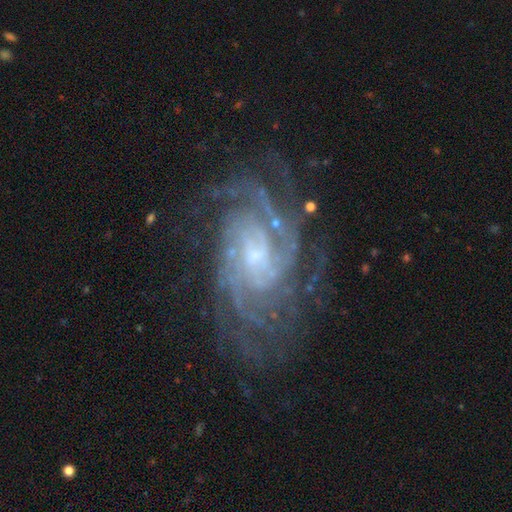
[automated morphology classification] featured or disk 90%, star or artifact 6%, smooth 4%. Down the decision tree: edge-on disk — no (96%); bar — no (52%); spiral arms — yes (98%); spiral arm count — can't tell (26%); spiral winding — tight (66%); bulge size — small (63%); merging — none (72%).